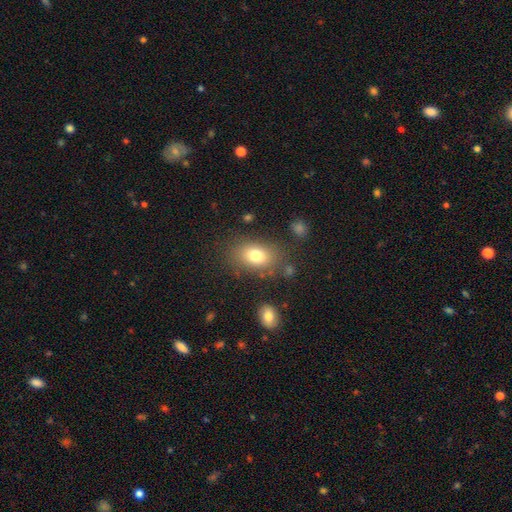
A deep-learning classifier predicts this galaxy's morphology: A smooth galaxy with no disk features (78%) that is in between round and cigar-shaped (76%). Merging: none (77%).